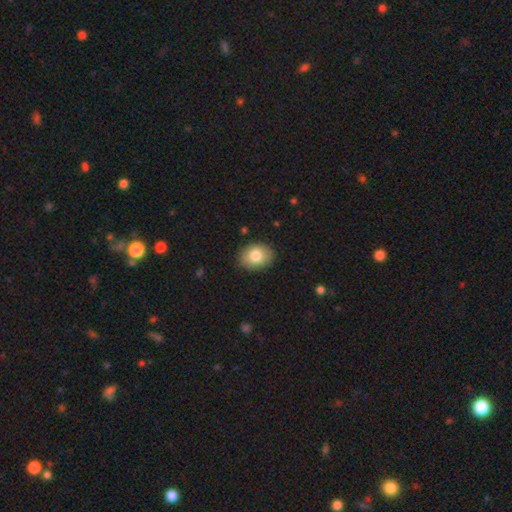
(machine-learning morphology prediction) smooth_or_featured: smooth (p=0.81) [alt: featured or disk p=0.11]
how_rounded: in between (p=0.68) [alt: round p=0.31]
merging: none (p=0.88) [alt: minor disturbance p=0.09]